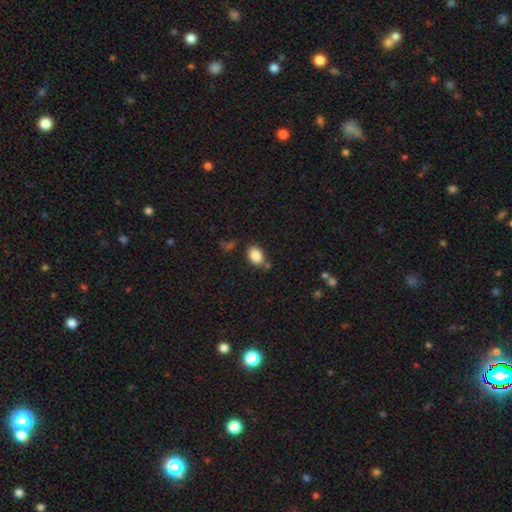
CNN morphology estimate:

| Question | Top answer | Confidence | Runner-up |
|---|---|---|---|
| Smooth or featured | smooth | 86% | star or artifact (8%) |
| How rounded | in between | 79% | round (20%) |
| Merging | none | 74% | minor disturbance (14%) |